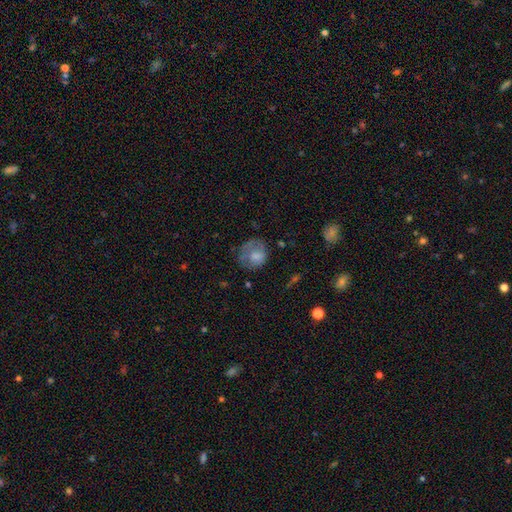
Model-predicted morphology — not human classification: Overall: smooth (68%). How rounded: round (71%). Merging: none (49%; minor disturbance 28%).